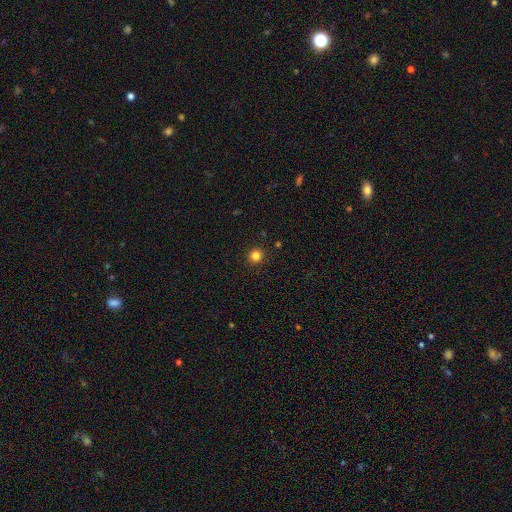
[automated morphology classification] Smooth or featured: smooth — 83% (star or artifact — 13%)
How rounded: round — 94% (in between — 5%)
Merging: none — 92% (minor disturbance — 5%)